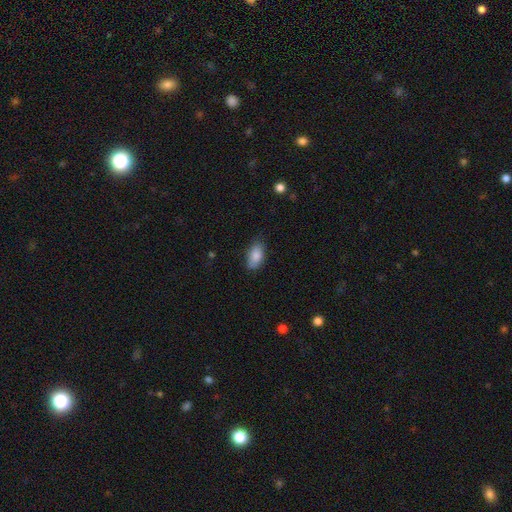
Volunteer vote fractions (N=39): Smooth or featured? smooth (90%)
How rounded? in between (100%)
Merging? none (82%)